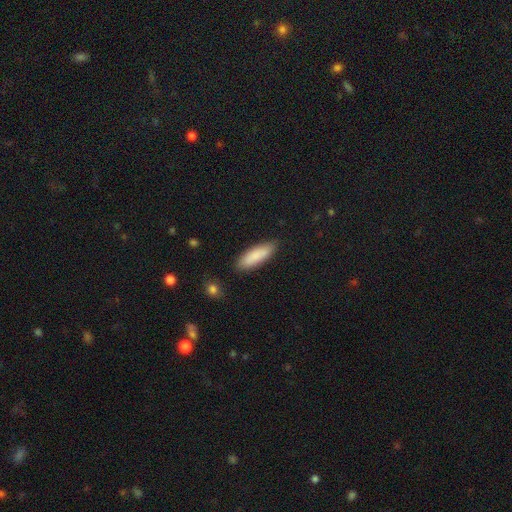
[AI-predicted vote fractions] smooth 85%, featured or disk 10%, star or artifact 6%. Down the decision tree: how rounded — in between (53%); merging — none (85%).